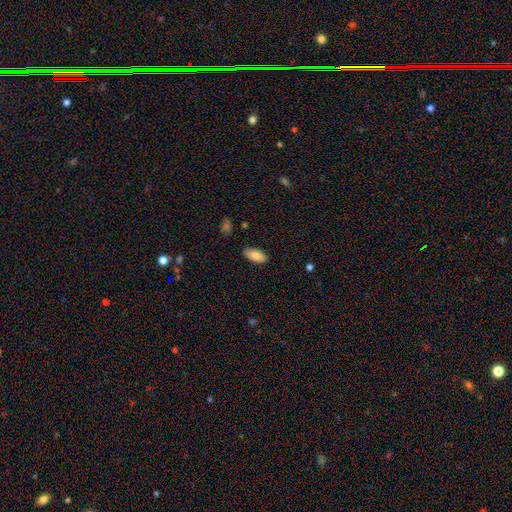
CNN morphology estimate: Smooth or featured? smooth (83%)
How rounded? in between (91%)
Merging? none (86%)